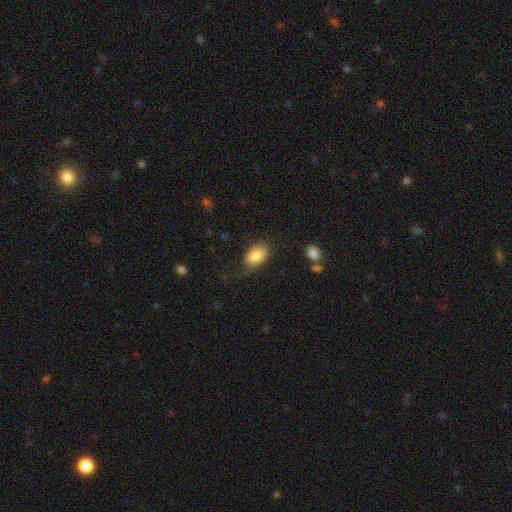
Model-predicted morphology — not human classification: This appears to be a smooth galaxy with no disk features (81%) that is in between round and cigar-shaped (91%). Merging: none (66%).